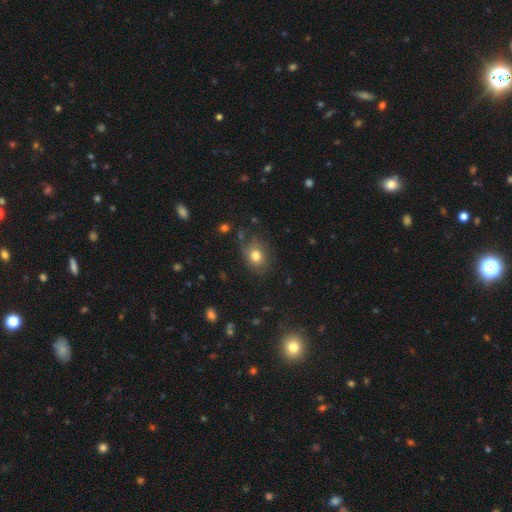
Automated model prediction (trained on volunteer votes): Overall: smooth (78%). How rounded: round (52%; in between 47%). Merging: none (75%).